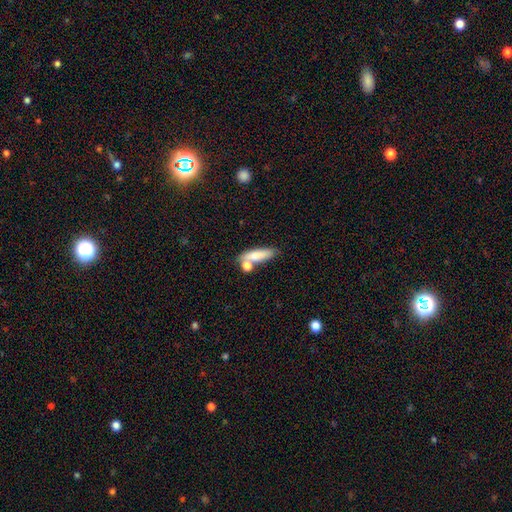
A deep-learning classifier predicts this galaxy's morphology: This appears to be a smooth galaxy with no disk features (77%) that is cigar-shaped (53%). Merging: none (53%).